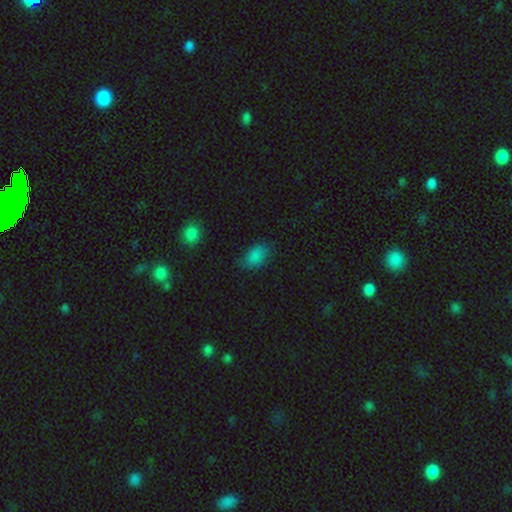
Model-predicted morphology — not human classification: Smooth or featured? Predicted: smooth (p=0.82). How rounded? Predicted: in between (p=0.89). Merging? Predicted: none (p=0.66).